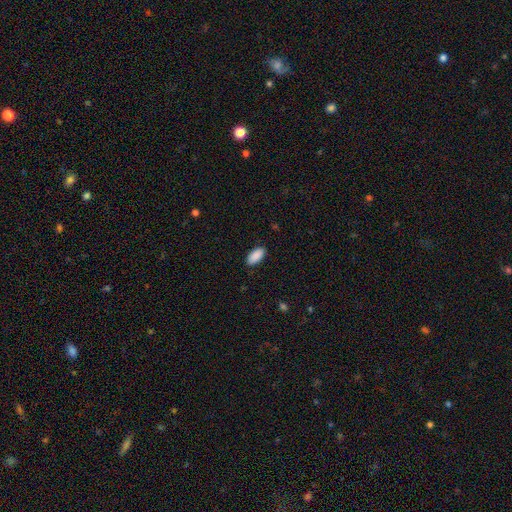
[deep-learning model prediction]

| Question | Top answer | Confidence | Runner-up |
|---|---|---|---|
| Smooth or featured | smooth | 91% | star or artifact (6%) |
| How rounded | in between | 92% | cigar-shaped (6%) |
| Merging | none | 89% | minor disturbance (9%) |